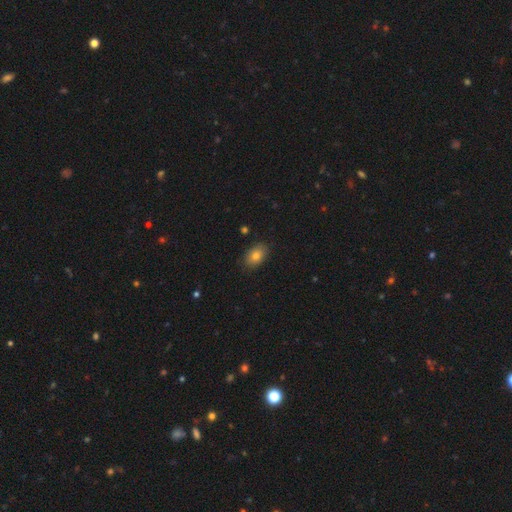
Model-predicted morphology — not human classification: smooth_or_featured: smooth (p=0.81) [alt: featured or disk p=0.10]
how_rounded: in between (p=0.86) [alt: round p=0.12]
merging: none (p=0.86) [alt: minor disturbance p=0.11]